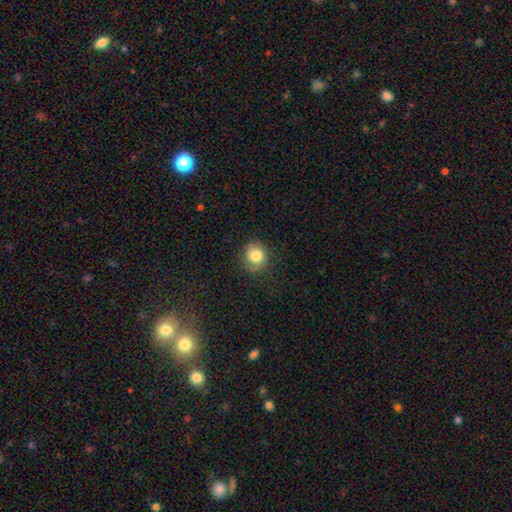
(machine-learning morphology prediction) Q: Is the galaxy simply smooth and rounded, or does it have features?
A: smooth — 78%.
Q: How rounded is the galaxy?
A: round — 85%.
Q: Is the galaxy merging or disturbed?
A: none — 76%.